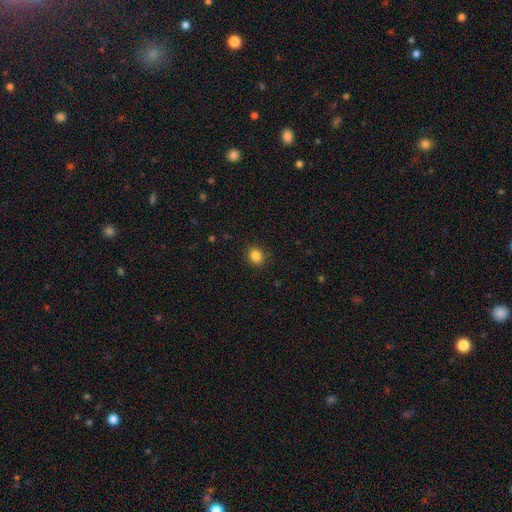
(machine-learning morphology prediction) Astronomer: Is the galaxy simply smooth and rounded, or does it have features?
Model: smooth — 85%.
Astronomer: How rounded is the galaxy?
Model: round — 64%.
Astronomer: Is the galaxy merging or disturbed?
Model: none — 89%.